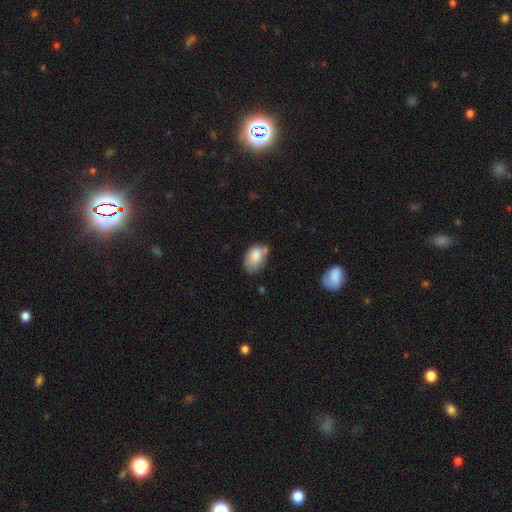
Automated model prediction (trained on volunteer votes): Smooth or featured: smooth — 79% (featured or disk — 13%)
How rounded: in between — 84% (round — 15%)
Merging: none — 44% (minor disturbance — 35%)